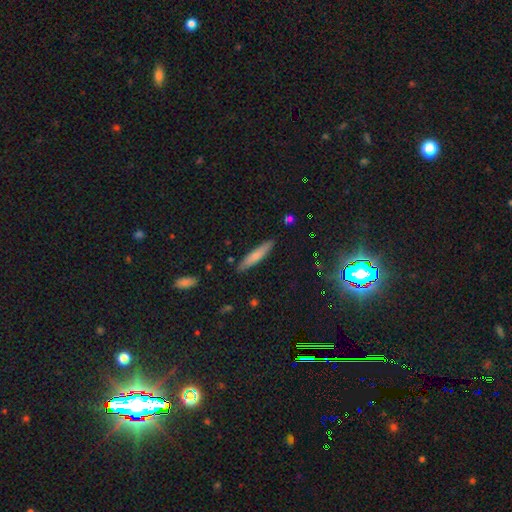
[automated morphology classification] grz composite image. It shows a smooth galaxy with no disk features (69%) that is cigar-shaped (87%). Merging: none (88%).